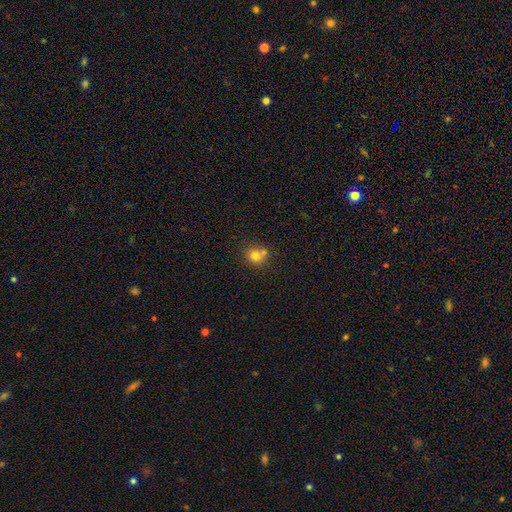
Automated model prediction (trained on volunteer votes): Q: Smooth or featured?
A: smooth (77%); runner-up: star or artifact (13%)
Q: How rounded?
A: round (80%); runner-up: in between (19%)
Q: Merging?
A: none (55%); runner-up: merger (27%)